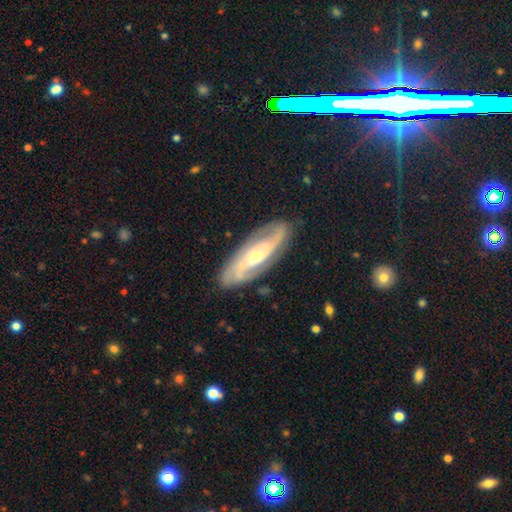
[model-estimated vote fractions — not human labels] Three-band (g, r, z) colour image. It shows a featured or disk galaxy (83%) with no bar (50%), 2 (64%) medium (43%) spiral arms (95%) and a small central bulge (48%). Merging: none (84%).